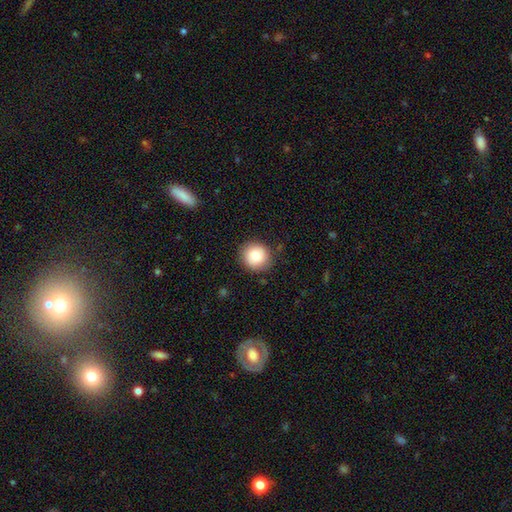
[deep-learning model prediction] Smooth or featured?
  - smooth: 82% *
  - featured or disk: 10%
  - star or artifact: 9%
How rounded?
  - round: 92% *
  - in between: 7%
  - cigar-shaped: 1%
Merging?
  - none: 87% *
  - minor disturbance: 10%
  - major disturbance: 3%
  - merger: 1%